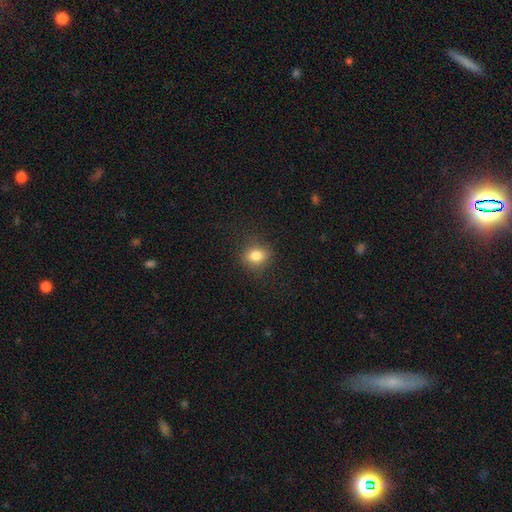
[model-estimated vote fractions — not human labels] Q: Smooth or featured?
A: smooth (81%); runner-up: star or artifact (12%)
Q: How rounded?
A: round (57%); runner-up: in between (41%)
Q: Merging?
A: none (85%); runner-up: minor disturbance (11%)